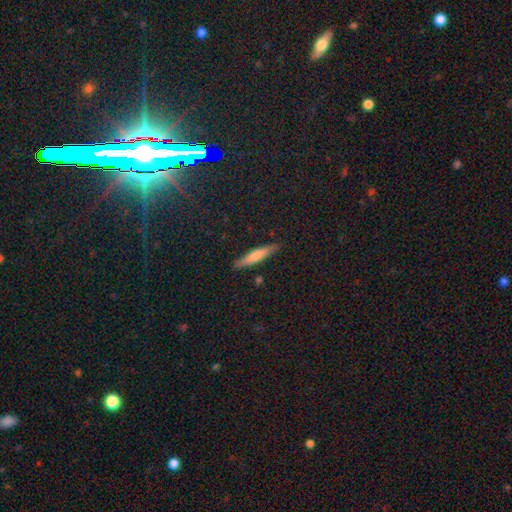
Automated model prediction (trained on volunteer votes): A smooth galaxy with no disk features (63%) that is cigar-shaped (88%). Merging: none (88%).